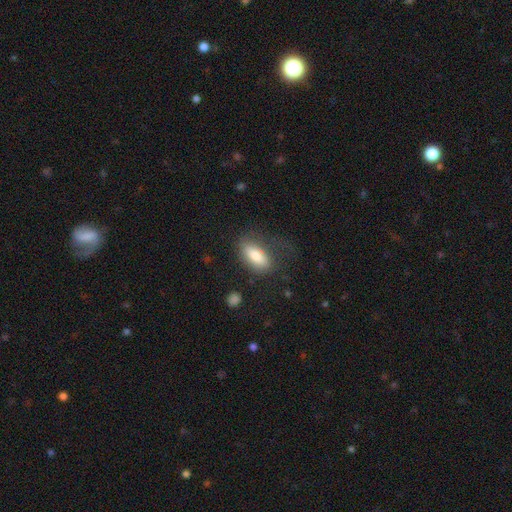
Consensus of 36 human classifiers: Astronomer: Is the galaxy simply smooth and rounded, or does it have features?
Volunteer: smooth — 92%.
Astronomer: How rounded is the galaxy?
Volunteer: in between — 88%.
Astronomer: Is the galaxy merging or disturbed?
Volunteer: none — 59%.